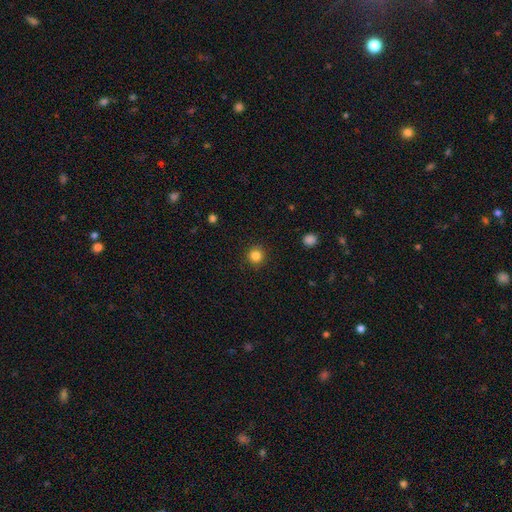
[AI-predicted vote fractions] The model was most divided on "smooth or featured": smooth: 84%, star or artifact: 11%, featured or disk: 4%. More confident: how rounded — round (94%); merging — none (92%).